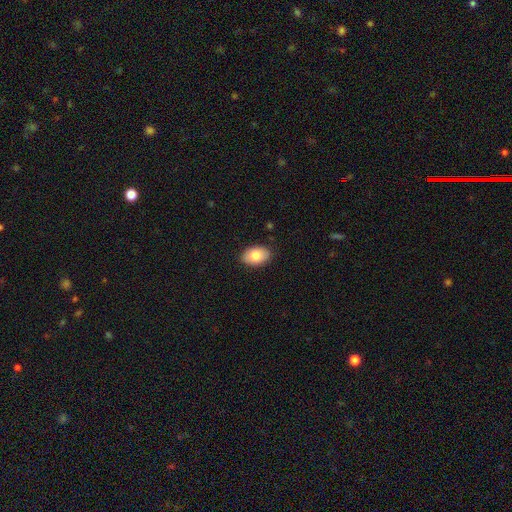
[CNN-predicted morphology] This appears to be a smooth galaxy with no disk features (80%) that is in between round and cigar-shaped (89%). Merging: none (87%).